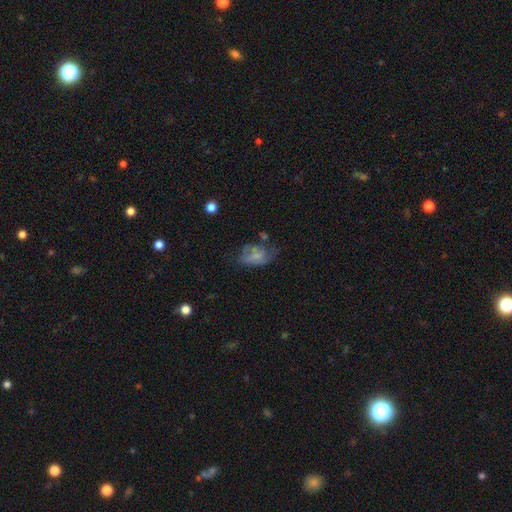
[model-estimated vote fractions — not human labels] smooth 49%, featured or disk 39%, star or artifact 11%. Down the decision tree: merging — none (35%).